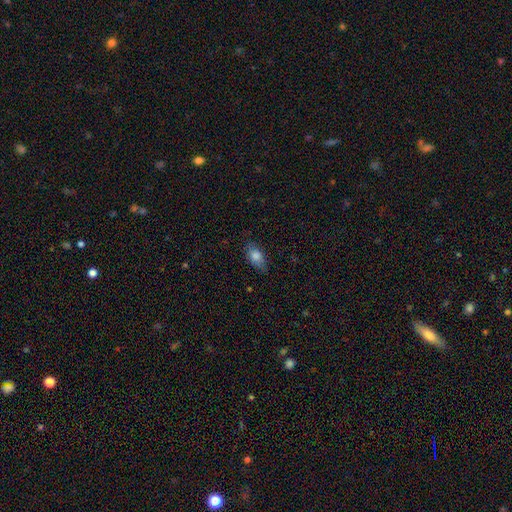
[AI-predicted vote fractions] smooth_or_featured: smooth (p=0.82) [alt: featured or disk p=0.10]
how_rounded: in between (p=0.88) [alt: round p=0.06]
merging: none (p=0.78) [alt: minor disturbance p=0.17]